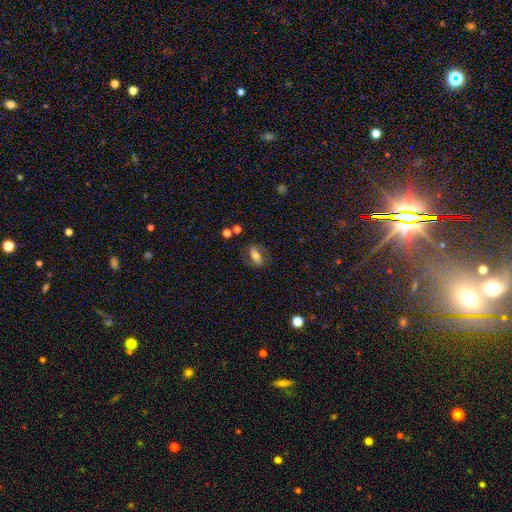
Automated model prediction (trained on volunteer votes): smooth 50%, featured or disk 41%, star or artifact 10%. Down the decision tree: merging — none (71%).